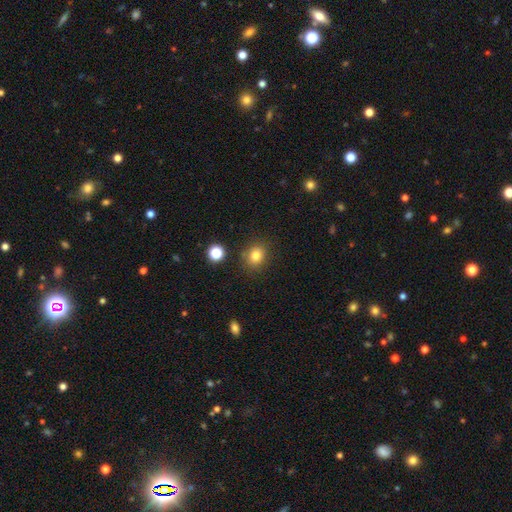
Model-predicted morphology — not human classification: Smooth or featured?
  - smooth: 80% *
  - star or artifact: 13%
  - featured or disk: 7%
How rounded?
  - round: 67% *
  - in between: 32%
  - cigar-shaped: 1%
Merging?
  - none: 84% *
  - minor disturbance: 10%
  - merger: 4%
  - major disturbance: 3%